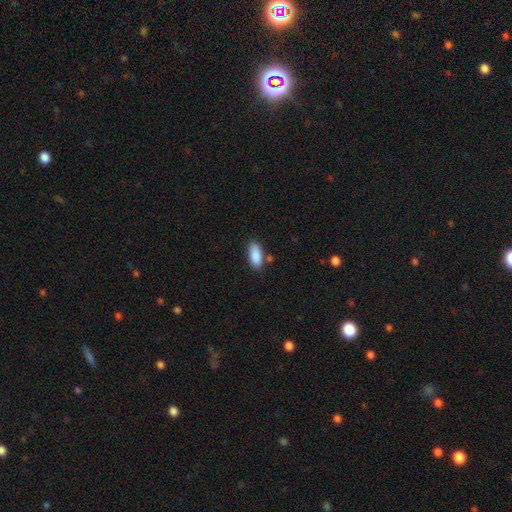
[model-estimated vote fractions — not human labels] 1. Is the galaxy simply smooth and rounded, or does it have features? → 89% smooth, 6% star or artifact, 5% featured or disk.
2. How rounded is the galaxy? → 84% in between, 14% cigar-shaped, 2% round.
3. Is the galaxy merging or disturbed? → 78% none, 15% minor disturbance, 5% merger, 3% major disturbance.